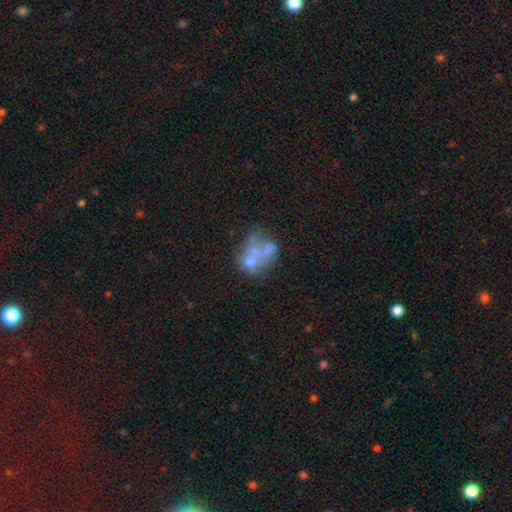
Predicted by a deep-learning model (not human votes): Q: Smooth or featured?
A: featured or disk (48%); runner-up: smooth (37%)
Q: Merging?
A: merger (42%); runner-up: none (27%)